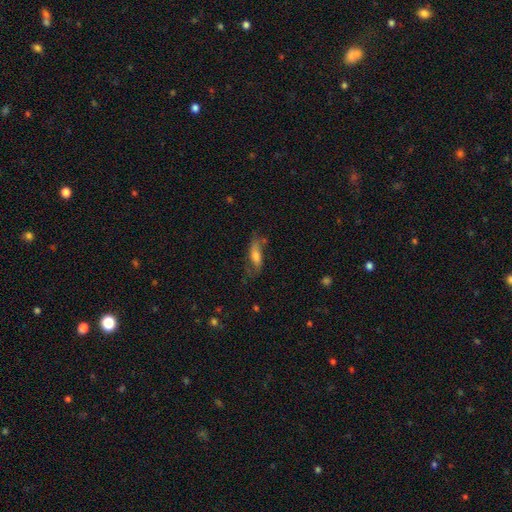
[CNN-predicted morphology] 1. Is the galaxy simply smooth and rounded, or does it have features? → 52% smooth, 39% featured or disk, 8% star or artifact.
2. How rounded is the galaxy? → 56% in between, 41% cigar-shaped, 3% round.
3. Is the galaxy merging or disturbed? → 54% none, 27% minor disturbance, 15% major disturbance, 5% merger.